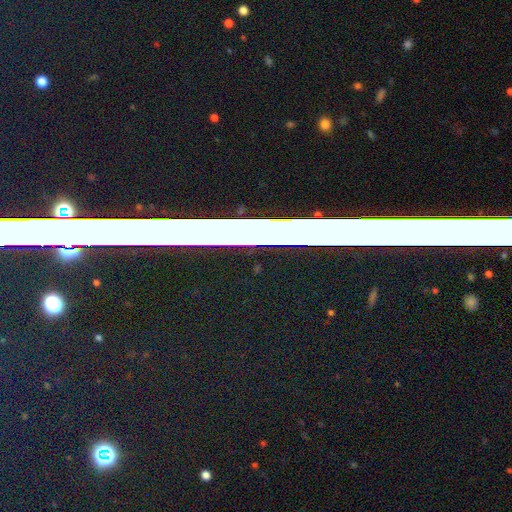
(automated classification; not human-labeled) Overall: star or artifact (72%).